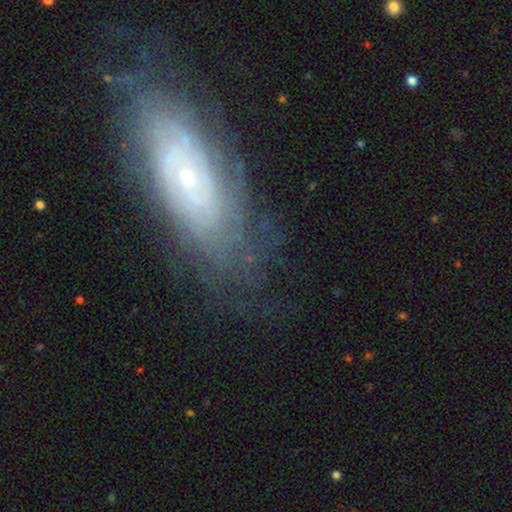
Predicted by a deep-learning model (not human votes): Smooth or featured?
  - featured or disk: 77% *
  - smooth: 14%
  - star or artifact: 9%
Edge-on disk?
  - no: 89% *
  - yes: 11%
Bar?
  - no: 70% *
  - weak: 23%
  - strong: 7%
Spiral arms?
  - yes: 90% *
  - no: 10%
Spiral winding?
  - tight: 77% *
  - medium: 17%
  - loose: 5%
Spiral arm count?
  - can't tell: 56% *
  - 2: 14%
  - more than 4: 9%
  - 4: 8%
  - 3: 8%
  - 1: 5%
Bulge size?
  - small: 72% *
  - moderate: 23%
  - none: 2%
  - large: 2%
  - dominant: 1%
Merging?
  - none: 73% *
  - minor disturbance: 18%
  - major disturbance: 8%
  - merger: 2%